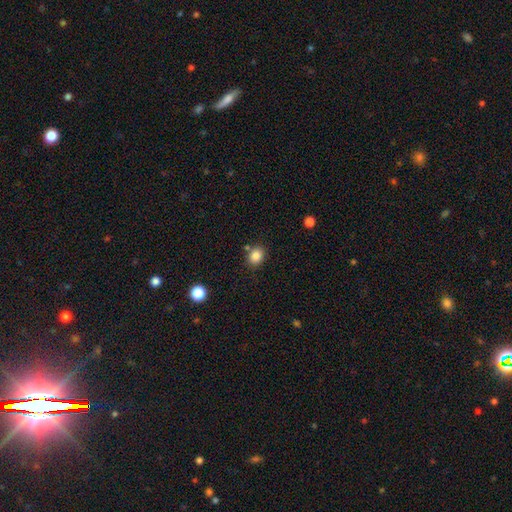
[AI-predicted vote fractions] smooth_or_featured: smooth (p=0.85) [alt: star or artifact p=0.10]
how_rounded: round (p=0.52) [alt: in between p=0.47]
merging: none (p=0.78) [alt: minor disturbance p=0.11]